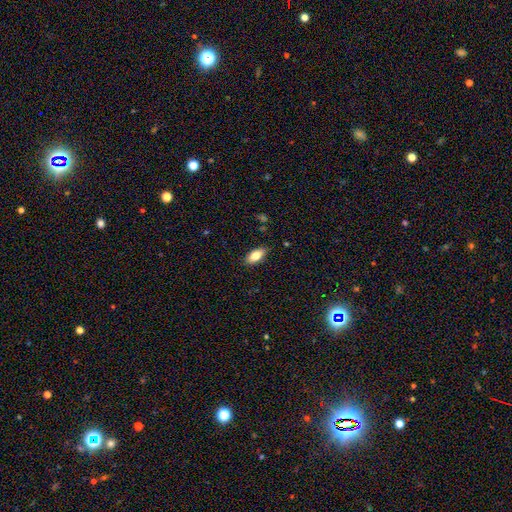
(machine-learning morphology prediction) Smooth or featured? Predicted: smooth (p=0.80). How rounded? Predicted: in between (p=0.89). Merging? Predicted: none (p=0.87).